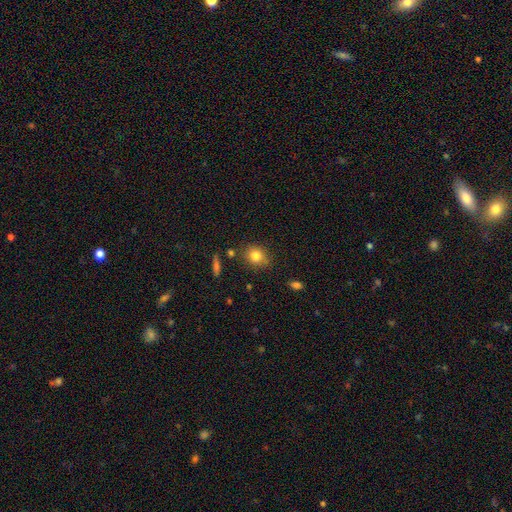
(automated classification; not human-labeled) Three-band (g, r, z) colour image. It shows a smooth galaxy with no disk features (82%) that is round (72%). Merging: none (81%).